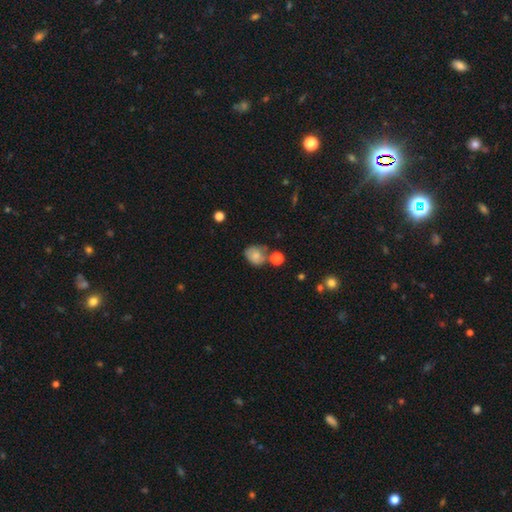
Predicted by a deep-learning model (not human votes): Overall: smooth (75%). How rounded: round (57%; in between 42%). Merging: none (50%; minor disturbance 24%).